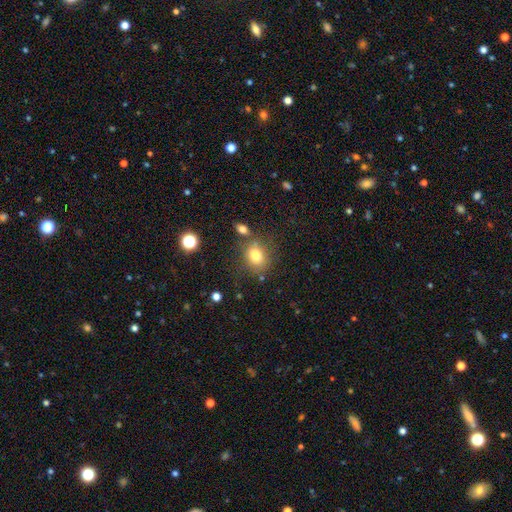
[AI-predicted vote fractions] This appears to be a smooth galaxy with no disk features (77%) that is round (55%). Merging: none (69%).